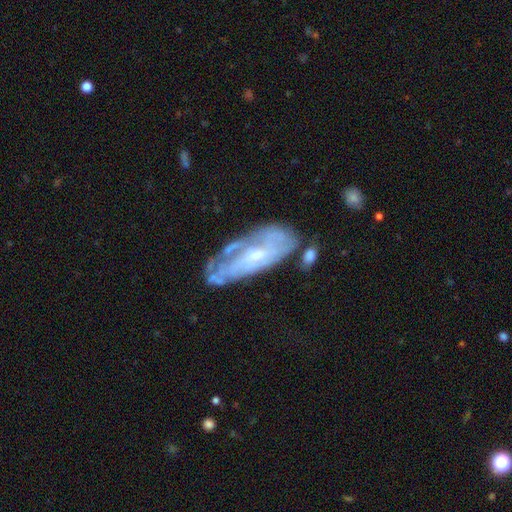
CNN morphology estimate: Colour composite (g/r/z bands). It shows a featured or disk galaxy (73%) with no bar (70%), spiral arms (73%) and a small central bulge (66%). Merging: none (54%).